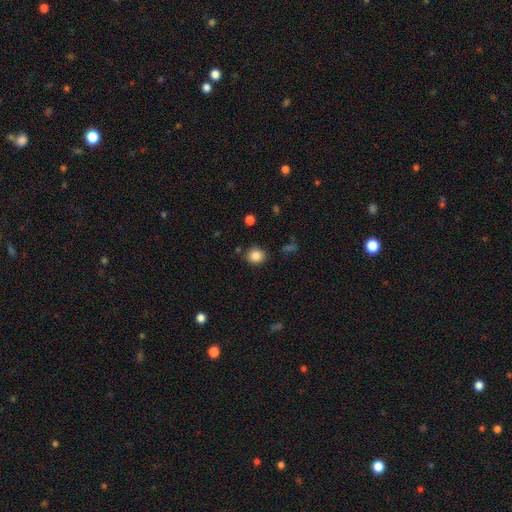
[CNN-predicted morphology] smooth_or_featured: smooth (p=0.86) [alt: star or artifact p=0.10]
how_rounded: round (p=0.83) [alt: in between p=0.16]
merging: none (p=0.86) [alt: minor disturbance p=0.09]